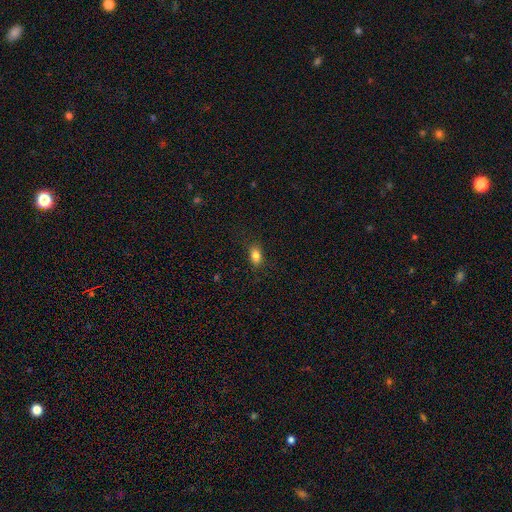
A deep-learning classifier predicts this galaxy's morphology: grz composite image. It shows a smooth galaxy with no disk features (84%) that is in between round and cigar-shaped (83%). Merging: none (86%).